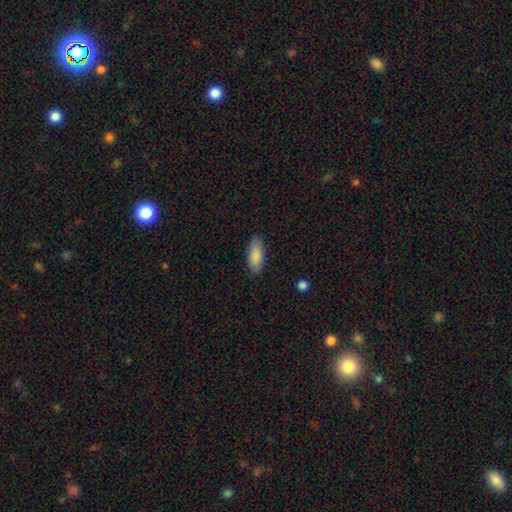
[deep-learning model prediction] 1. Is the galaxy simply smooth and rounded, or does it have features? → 87% smooth, 8% featured or disk, 6% star or artifact.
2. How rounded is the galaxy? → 81% in between, 17% cigar-shaped, 2% round.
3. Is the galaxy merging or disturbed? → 86% none, 10% minor disturbance, 2% major disturbance, 1% merger.